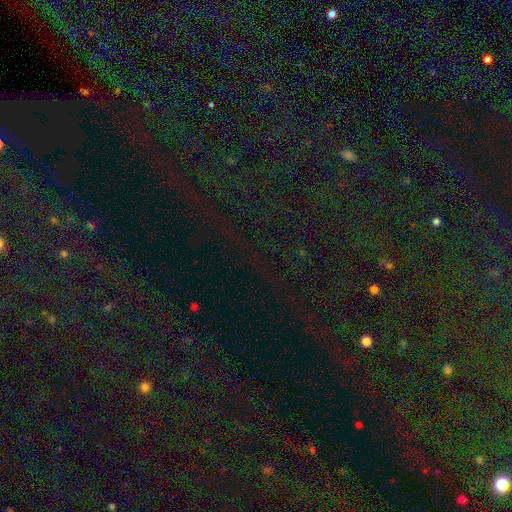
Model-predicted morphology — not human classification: Smooth or featured: star or artifact — 75% (smooth — 18%)